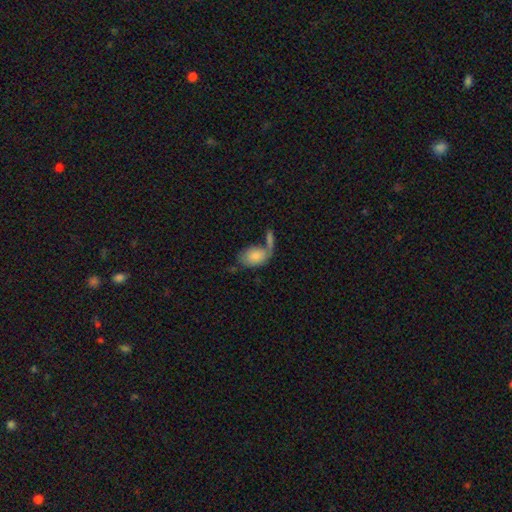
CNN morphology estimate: This appears to be a smooth galaxy with no disk features (80%) that is in between round and cigar-shaped (87%). Merging: merger (37%).